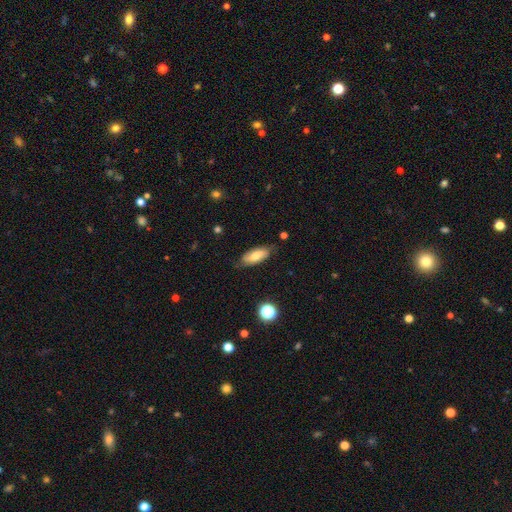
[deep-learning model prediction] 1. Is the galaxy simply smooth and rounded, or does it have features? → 66% smooth, 26% featured or disk, 8% star or artifact.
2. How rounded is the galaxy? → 78% in between, 19% cigar-shaped, 3% round.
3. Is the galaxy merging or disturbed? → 78% none, 17% minor disturbance, 3% major disturbance, 1% merger.